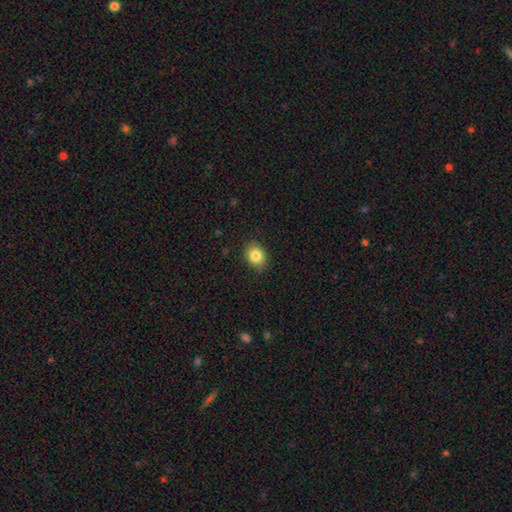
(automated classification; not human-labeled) This is clearly a smooth galaxy (84%). How rounded: possibly in between (52%). Merging: clearly none (84%).